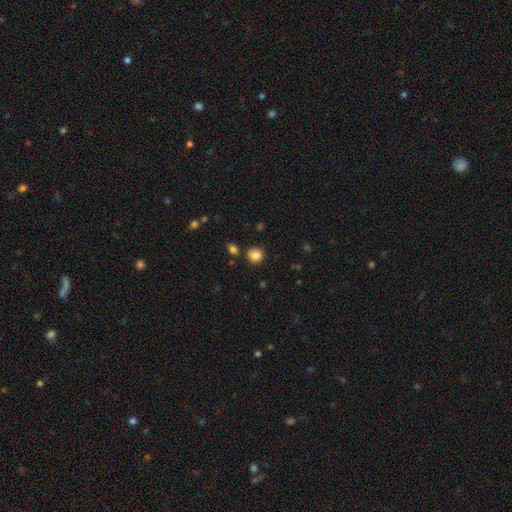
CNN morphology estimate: type=smooth (85%); roundness=round (88%); merging=none (84%).